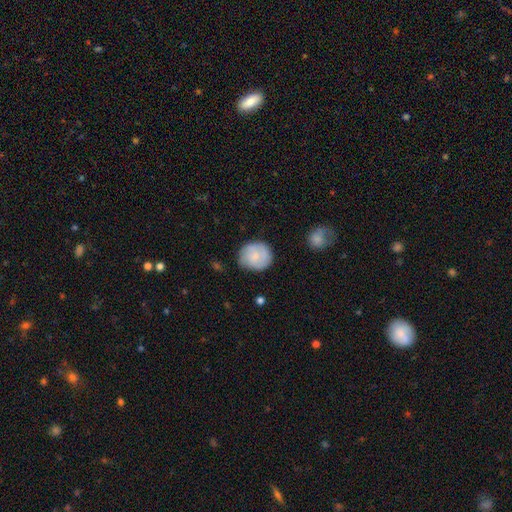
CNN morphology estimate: Smooth or featured? smooth (66%)
How rounded? round (84%)
Merging? none (73%)